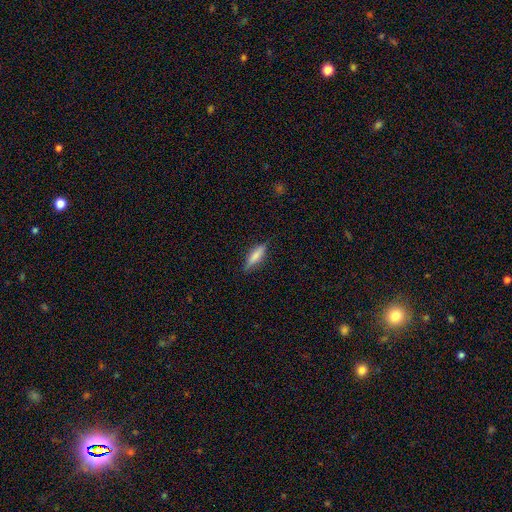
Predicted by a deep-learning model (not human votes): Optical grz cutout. It shows a smooth galaxy with no disk features (72%) that is cigar-shaped (64%). Merging: none (83%).